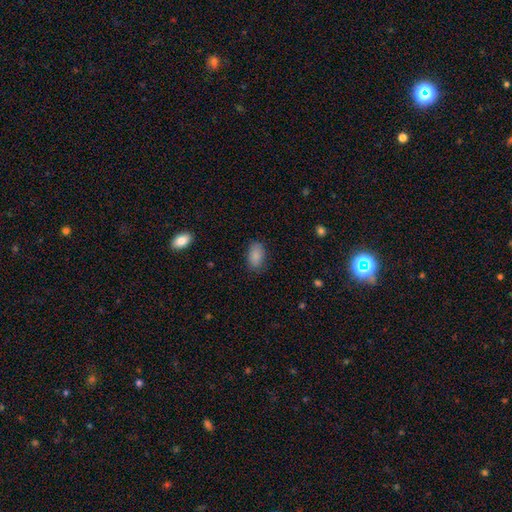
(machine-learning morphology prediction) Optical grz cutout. It shows a smooth galaxy with no disk features (87%) that is in between round and cigar-shaped (91%). Merging: none (80%).